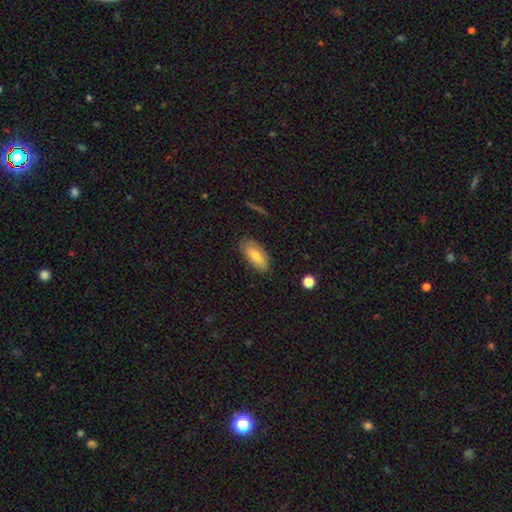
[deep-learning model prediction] Morphology: type=smooth (74%); roundness=in between (88%); merging=none (80%).